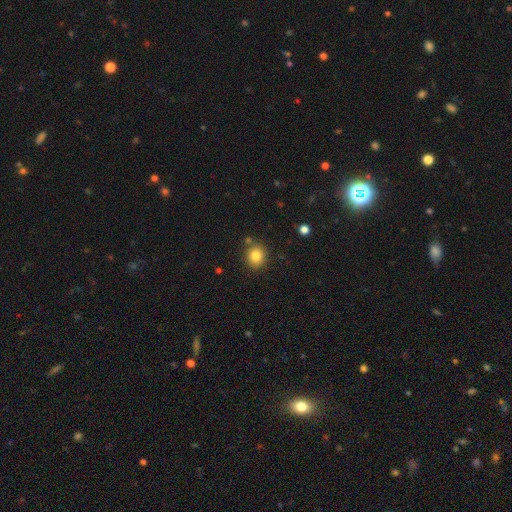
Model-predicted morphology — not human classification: A smooth galaxy with no disk features (82%) that is round (79%). Merging: none (81%).